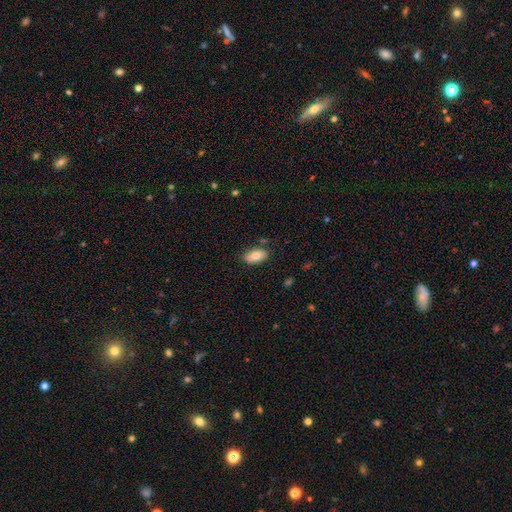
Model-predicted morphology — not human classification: Q: Smooth or featured?
A: smooth (80%); runner-up: featured or disk (13%)
Q: How rounded?
A: in between (92%); runner-up: cigar-shaped (4%)
Q: Merging?
A: none (81%); runner-up: minor disturbance (14%)